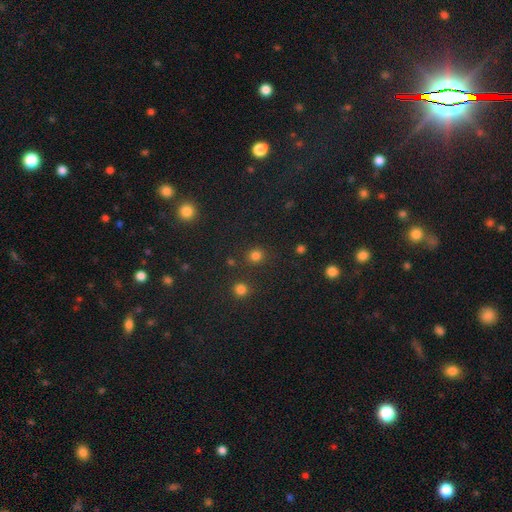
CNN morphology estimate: A smooth galaxy with no disk features (79%) that is round (85%).

Vote fractions:
- Smooth or featured? smooth: 79% / star or artifact: 17% / featured or disk: 4%
- How rounded? round: 85% / in between: 14% / cigar-shaped: 1%
- Merging? none: 84% / minor disturbance: 8% / merger: 5% / major disturbance: 3%